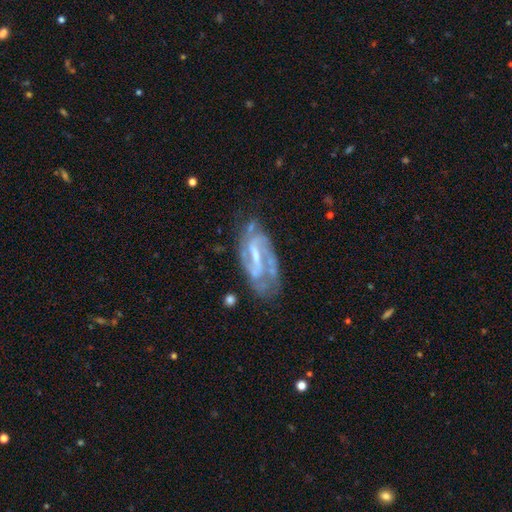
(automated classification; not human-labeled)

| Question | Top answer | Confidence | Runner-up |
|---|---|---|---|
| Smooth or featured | featured or disk | 86% | smooth (8%) |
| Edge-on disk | no | 95% | yes (5%) |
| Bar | strong | 44% | weak (43%) |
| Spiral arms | yes | 93% | no (7%) |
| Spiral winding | medium | 48% | tight (33%) |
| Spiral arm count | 2 | 73% | can't tell (12%) |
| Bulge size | small | 52% | moderate (34%) |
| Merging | none | 60% | minor disturbance (23%) |